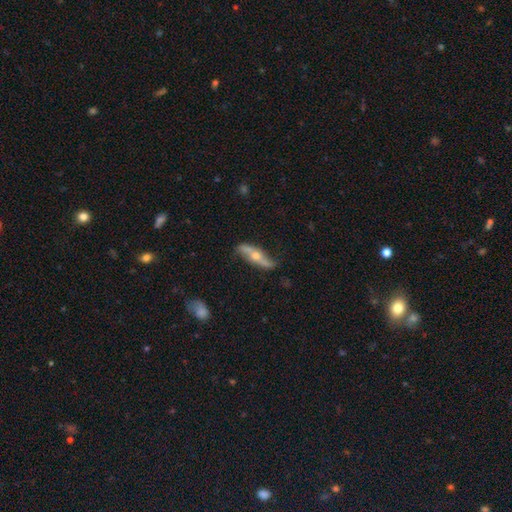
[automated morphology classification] smooth-or-featured: featured or disk: 68% | smooth: 27% | star or artifact: 6%
  disk-edge-on: yes: 53% | no: 47%
  merging: none: 75% | minor disturbance: 19% | major disturbance: 5% | merger: 2%